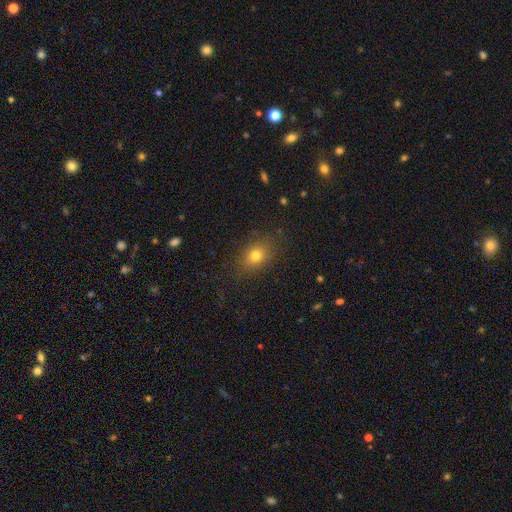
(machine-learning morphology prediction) smooth 77%, star or artifact 13%, featured or disk 10%. Down the decision tree: how rounded — in between (58%); merging — none (82%).